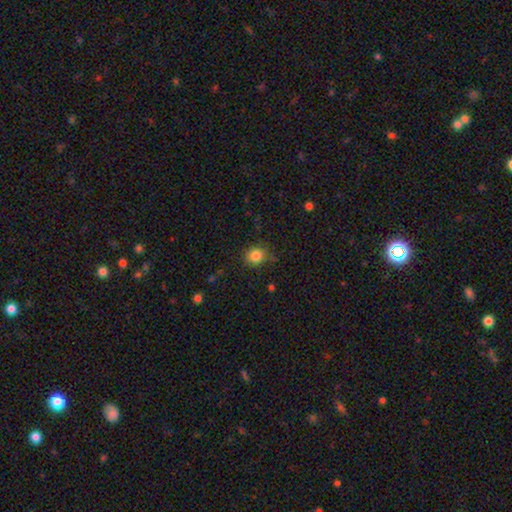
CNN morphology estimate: smooth 84%, star or artifact 11%, featured or disk 5%. Down the decision tree: how rounded — round (82%); merging — none (81%).